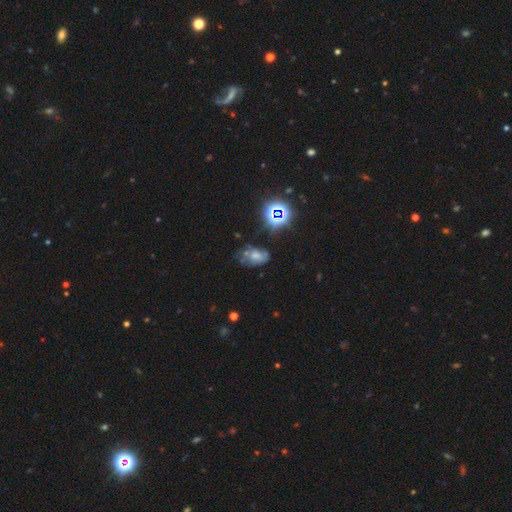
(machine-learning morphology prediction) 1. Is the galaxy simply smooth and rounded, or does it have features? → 38% featured or disk, 35% smooth, 26% star or artifact.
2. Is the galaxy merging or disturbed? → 46% none, 29% minor disturbance, 19% major disturbance, 6% merger.